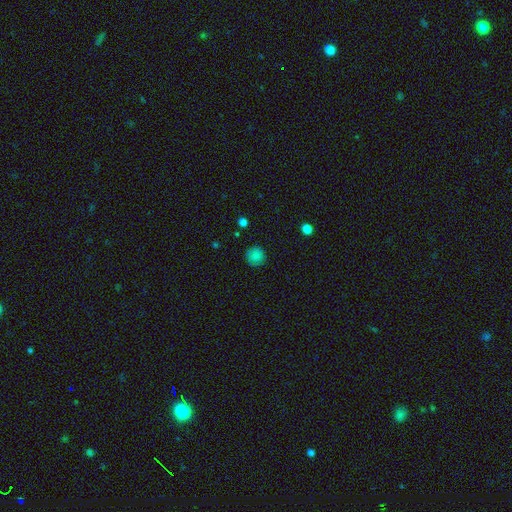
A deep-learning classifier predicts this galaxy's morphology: smooth-or-featured: smooth: 84% | star or artifact: 10% | featured or disk: 6%
  how-rounded: round: 94% | in between: 5% | cigar-shaped: 1%
  merging: none: 88% | minor disturbance: 9% | major disturbance: 2% | merger: 1%